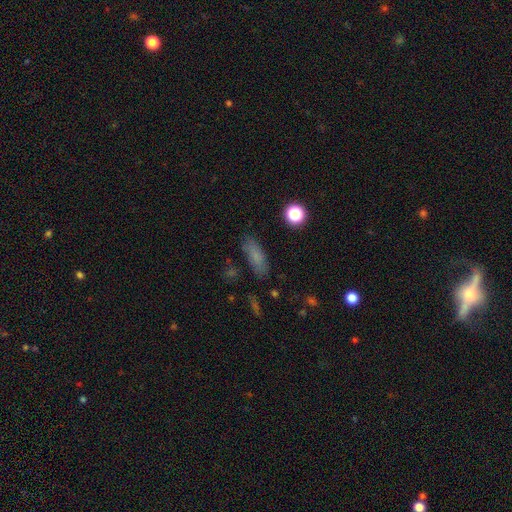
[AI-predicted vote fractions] A smooth galaxy with no disk features (75%) that is in between round and cigar-shaped (63%). Merging: none (78%).